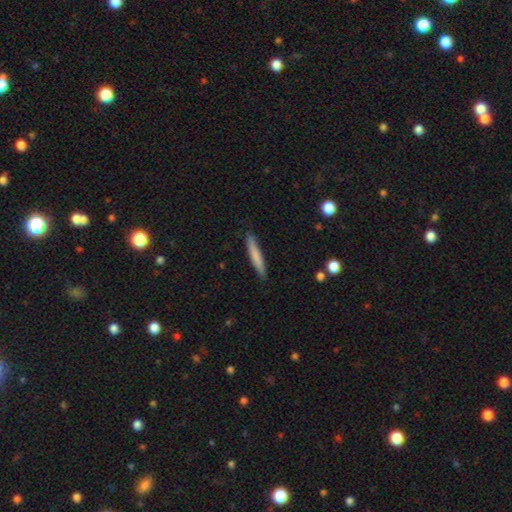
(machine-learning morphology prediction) The model was most divided on "smooth or featured": smooth: 74%, featured or disk: 20%, star or artifact: 6%. More confident: how rounded — cigar-shaped (94%); merging — none (88%).